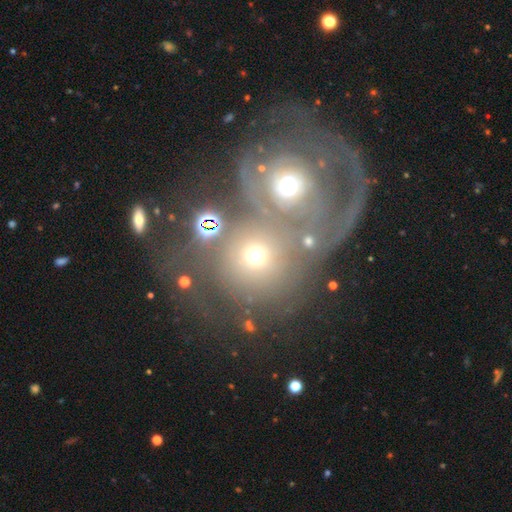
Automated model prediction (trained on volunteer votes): smooth-or-featured: smooth: 44% | featured or disk: 39% | star or artifact: 17%
  merging: merger: 69% | none: 16% | major disturbance: 9% | minor disturbance: 5%